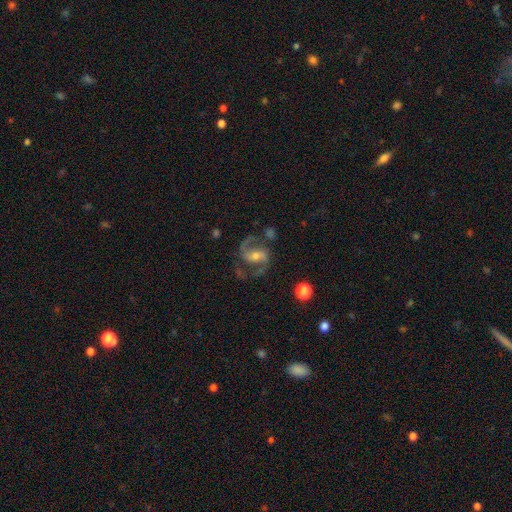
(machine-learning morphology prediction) This appears to be a featured or disk galaxy (89%) with a weak bar (42%), 2 (92%) medium (62%) spiral arms (97%) and a moderate central bulge (48%). Merging: none (72%).